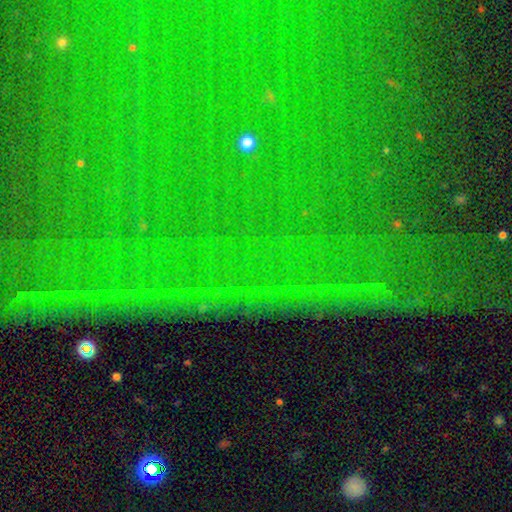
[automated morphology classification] A star or artifact, not a galaxy (85%).

Vote fractions:
- Smooth or featured? star or artifact: 85% / featured or disk: 7% / smooth: 7%